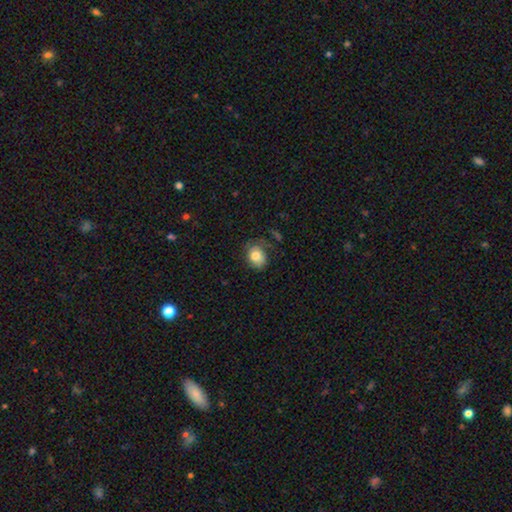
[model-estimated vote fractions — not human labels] smooth 76%, featured or disk 15%, star or artifact 8%. Down the decision tree: how rounded — in between (56%); merging — none (58%).